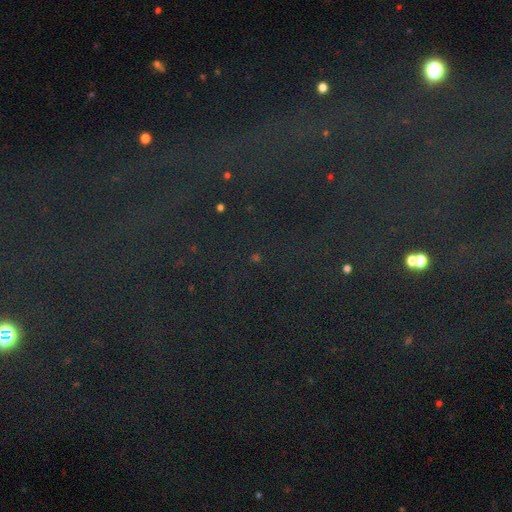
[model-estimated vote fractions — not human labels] smooth_or_featured: star or artifact (p=0.83) [alt: smooth p=0.09]